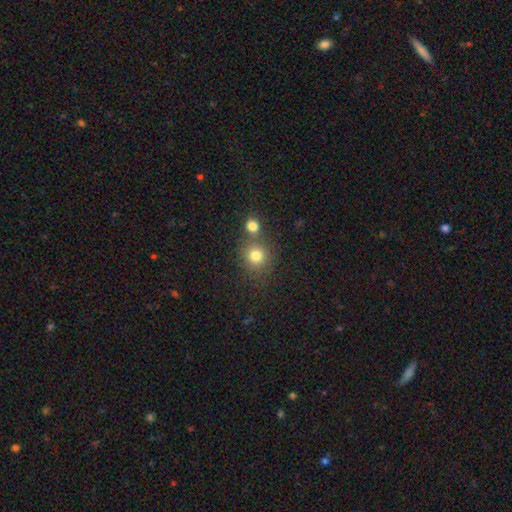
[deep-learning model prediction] A smooth galaxy with no disk features (80%) that is round (89%).

Vote fractions:
- Smooth or featured? smooth: 80% / star or artifact: 13% / featured or disk: 7%
- How rounded? round: 89% / in between: 10% / cigar-shaped: 1%
- Merging? none: 62% / merger: 26% / minor disturbance: 8% / major disturbance: 3%